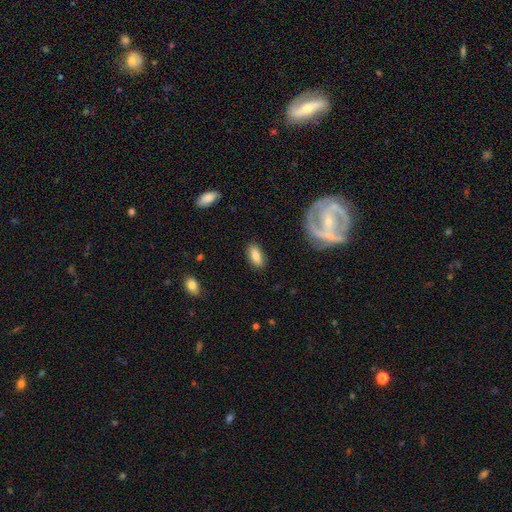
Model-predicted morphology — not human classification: smooth 79%, featured or disk 15%, star or artifact 7%. Down the decision tree: how rounded — in between (86%); merging — none (86%).